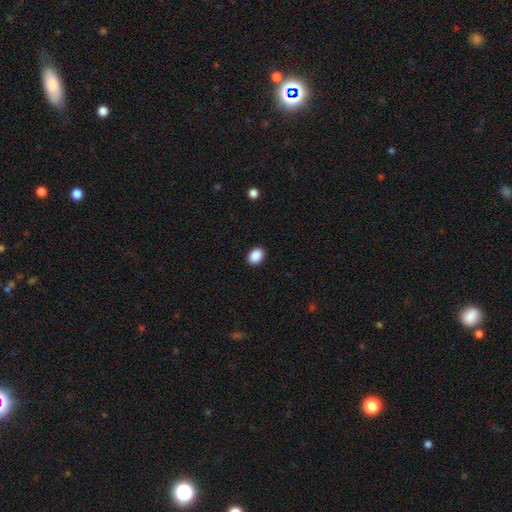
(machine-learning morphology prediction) This is clearly a smooth galaxy (89%). How rounded: likely in between (64%). Merging: clearly none (91%).